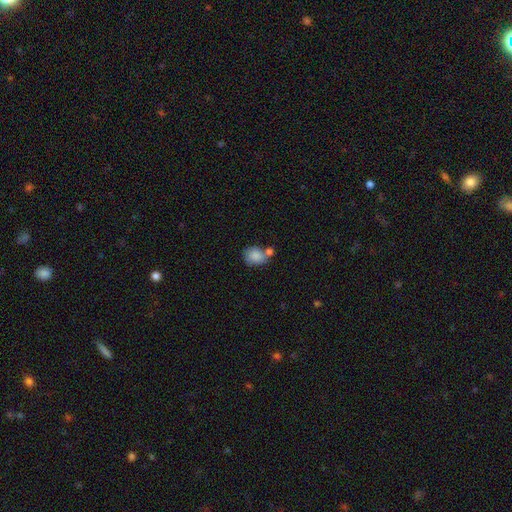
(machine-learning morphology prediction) Smooth or featured?
  - smooth: 83% *
  - featured or disk: 9%
  - star or artifact: 8%
How rounded?
  - round: 52% *
  - in between: 46%
  - cigar-shaped: 1%
Merging?
  - none: 41% *
  - merger: 34%
  - minor disturbance: 18%
  - major disturbance: 7%